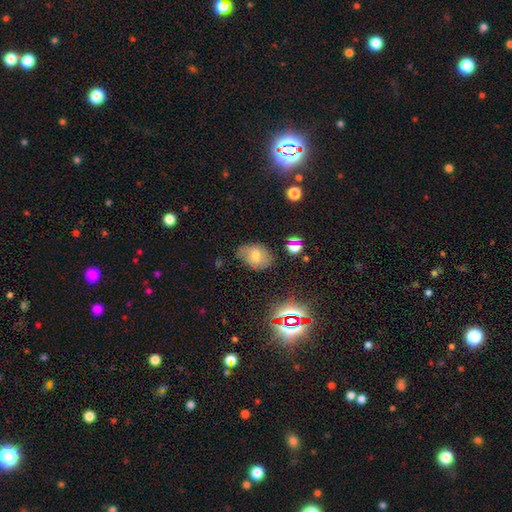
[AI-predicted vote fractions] Smooth or featured: smooth — 55% (featured or disk — 26%)
How rounded: in between — 74% (round — 24%)
Merging: none — 65% (minor disturbance — 26%)